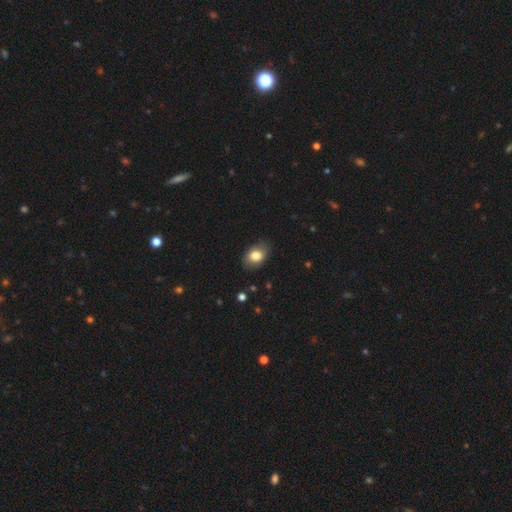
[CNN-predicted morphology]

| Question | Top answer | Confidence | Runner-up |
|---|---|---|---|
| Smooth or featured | smooth | 80% | featured or disk (13%) |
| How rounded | in between | 82% | round (17%) |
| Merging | none | 80% | minor disturbance (15%) |